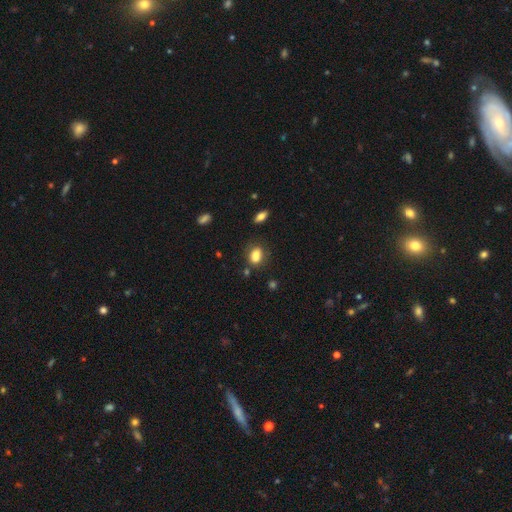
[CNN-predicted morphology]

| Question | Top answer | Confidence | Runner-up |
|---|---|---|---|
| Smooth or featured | smooth | 83% | star or artifact (10%) |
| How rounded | in between | 77% | round (21%) |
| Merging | none | 68% | minor disturbance (19%) |